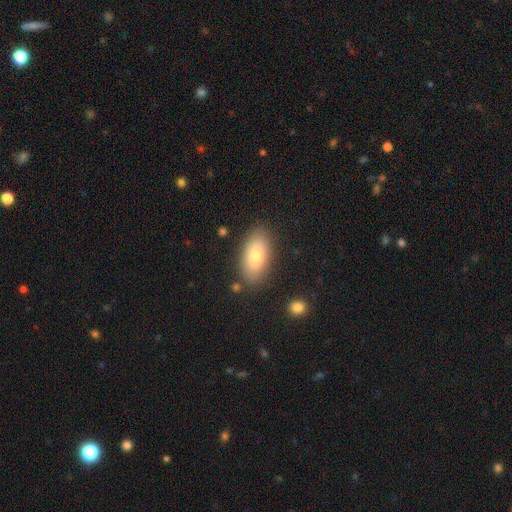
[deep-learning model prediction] This appears to be a smooth galaxy with no disk features (77%) that is in between round and cigar-shaped (93%). Merging: none (83%).